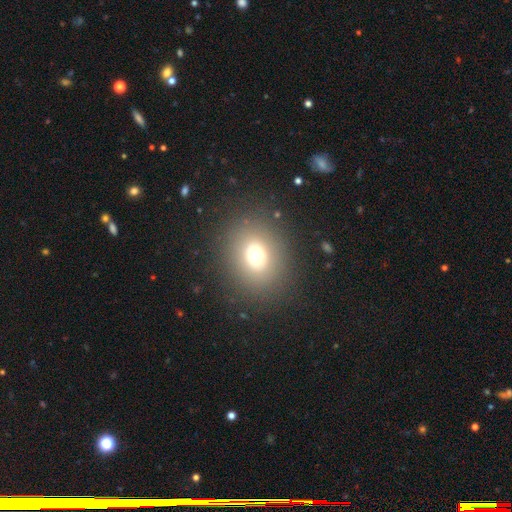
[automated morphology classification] type=smooth (72%); roundness=round (58%); merging=none (86%).